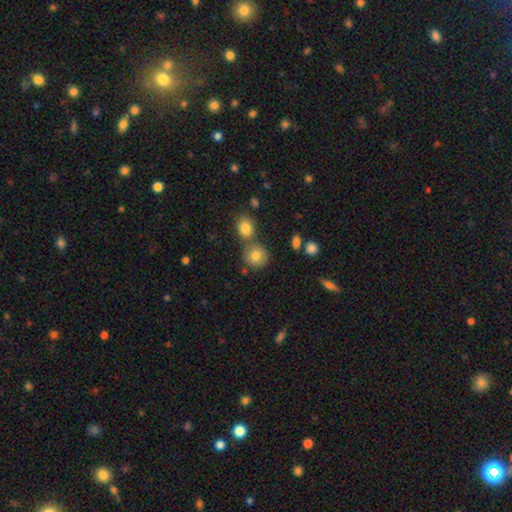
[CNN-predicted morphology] smooth 78%, featured or disk 12%, star or artifact 10%. Down the decision tree: how rounded — round (83%); merging — none (60%).